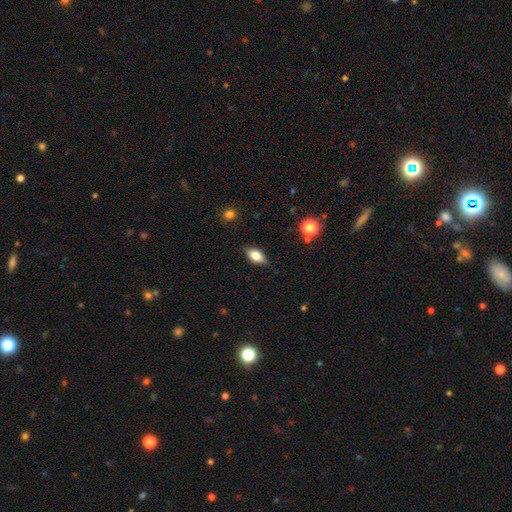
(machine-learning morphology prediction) A smooth galaxy with no disk features (75%) that is in between round and cigar-shaped (87%).

Vote fractions:
- Smooth or featured? smooth: 75% / featured or disk: 18% / star or artifact: 8%
- How rounded? in between: 87% / cigar-shaped: 8% / round: 5%
- Merging? none: 84% / minor disturbance: 13% / major disturbance: 3% / merger: 1%